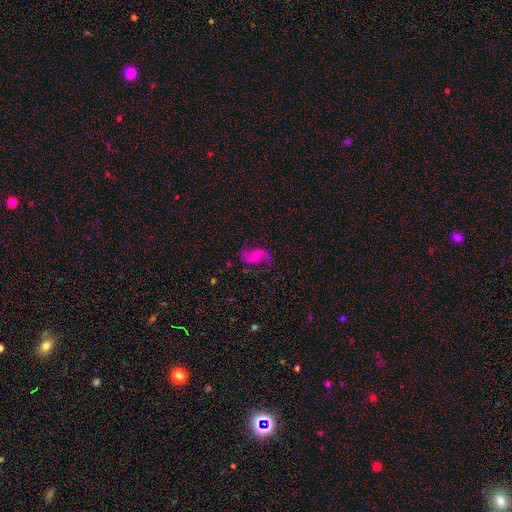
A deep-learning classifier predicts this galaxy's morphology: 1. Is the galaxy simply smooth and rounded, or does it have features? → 85% featured or disk, 8% smooth, 7% star or artifact.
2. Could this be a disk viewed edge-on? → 98% no, 2% yes.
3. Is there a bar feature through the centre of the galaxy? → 49% no, 41% weak, 9% strong.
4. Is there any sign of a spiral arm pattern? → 97% yes, 3% no.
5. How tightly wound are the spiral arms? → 60% loose, 34% medium, 7% tight.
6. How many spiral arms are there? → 93% 2, 2% can't tell, 2% 1, 1% 3, 1% 4, 1% more than 4.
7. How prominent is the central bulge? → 46% moderate, 36% small, 10% none, 6% large, 1% dominant.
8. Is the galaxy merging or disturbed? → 78% none, 14% minor disturbance, 7% major disturbance, 1% merger.